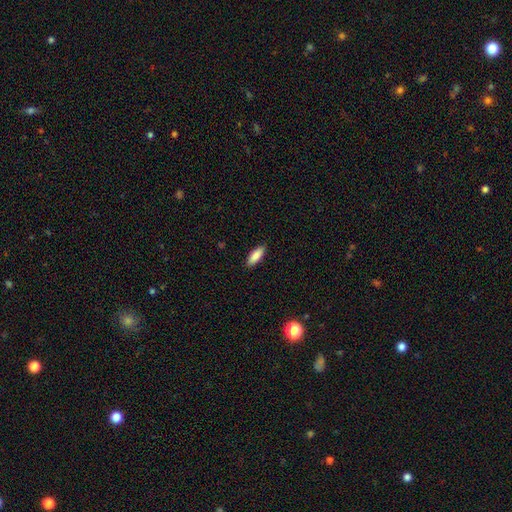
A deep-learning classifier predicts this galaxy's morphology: smooth 85%, featured or disk 8%, star or artifact 6%. Down the decision tree: how rounded — in between (64%); merging — none (89%).